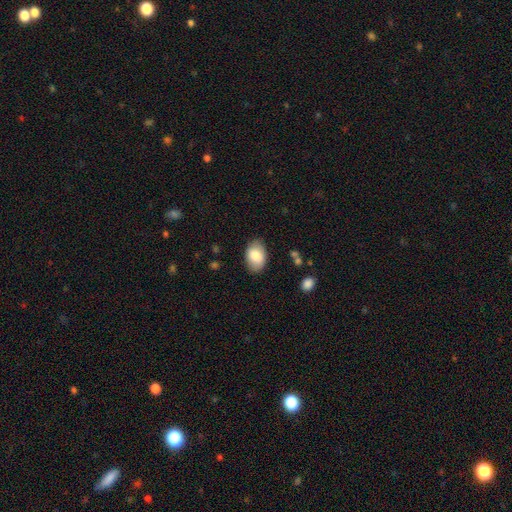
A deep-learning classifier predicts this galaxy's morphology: A smooth galaxy with no disk features (83%) that is in between round and cigar-shaped (90%).

Vote fractions:
- Smooth or featured? smooth: 83% / featured or disk: 11% / star or artifact: 7%
- How rounded? in between: 90% / round: 9% / cigar-shaped: 1%
- Merging? none: 84% / minor disturbance: 12% / major disturbance: 3% / merger: 1%